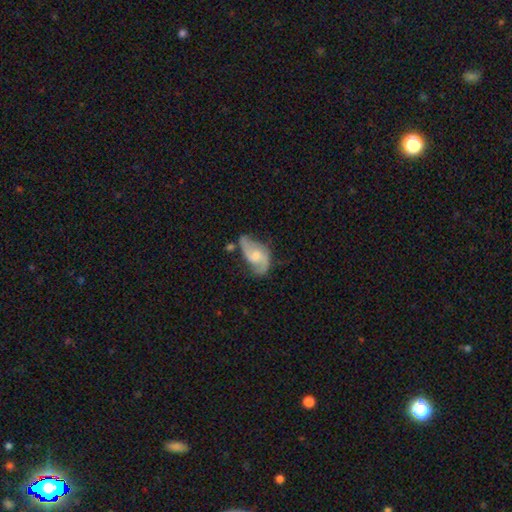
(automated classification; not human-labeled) Morphology: type=featured or disk (73%); edge-on=no (97%); bar=no (49%); spiral arms=yes (92%); winding=loose (56%); arm count=2 (88%); bulge=small (43%); merging=none (48%).